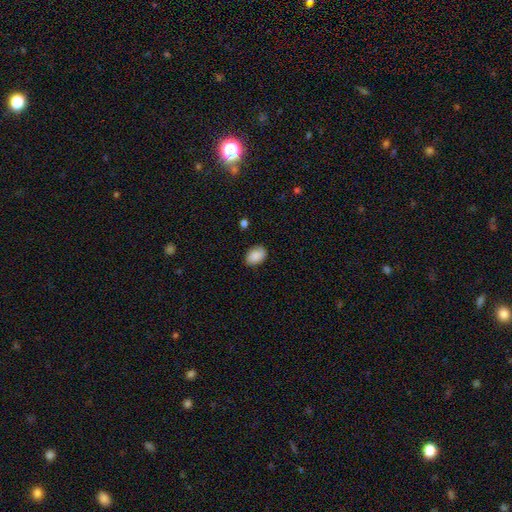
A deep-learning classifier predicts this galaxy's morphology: Q: Smooth or featured?
A: smooth (87%); runner-up: star or artifact (7%)
Q: How rounded?
A: in between (83%); runner-up: round (16%)
Q: Merging?
A: none (82%); runner-up: minor disturbance (14%)